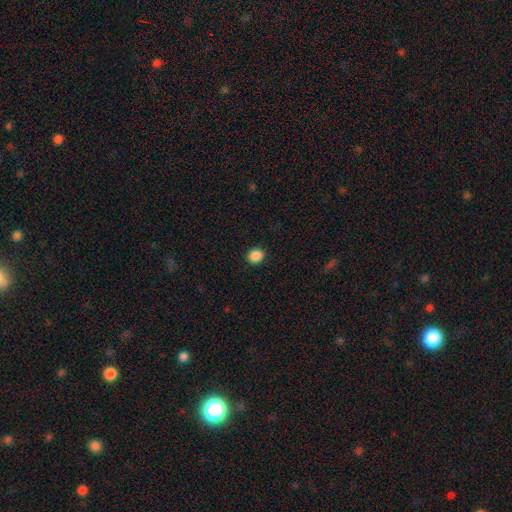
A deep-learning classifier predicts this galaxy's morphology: Smooth or featured? smooth (88%)
How rounded? round (76%)
Merging? none (91%)